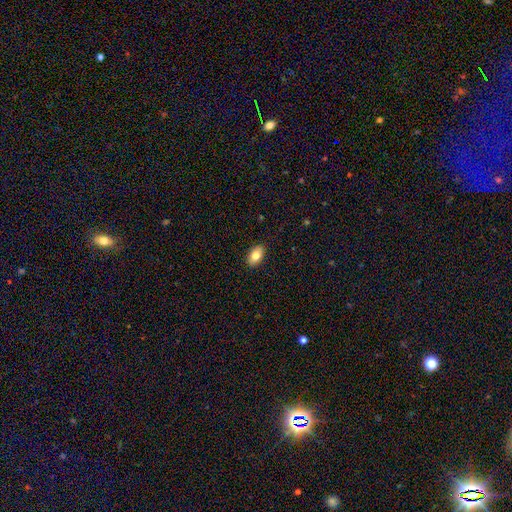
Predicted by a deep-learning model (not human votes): smooth_or_featured: smooth (p=0.80) [alt: featured or disk p=0.13]
how_rounded: in between (p=0.92) [alt: round p=0.05]
merging: none (p=0.89) [alt: minor disturbance p=0.08]